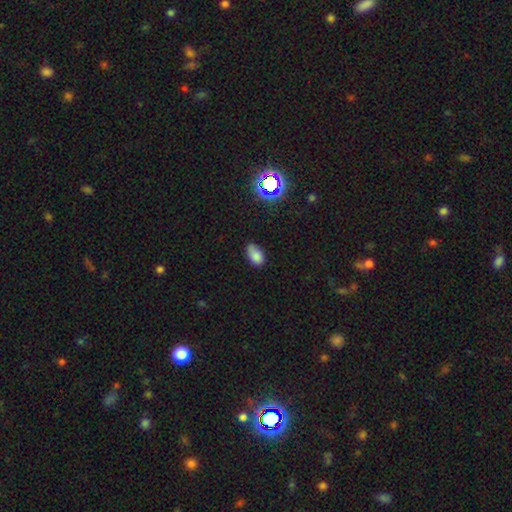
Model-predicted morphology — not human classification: This is clearly a smooth galaxy (80%). How rounded: clearly in between (90%). Merging: likely none (60%).